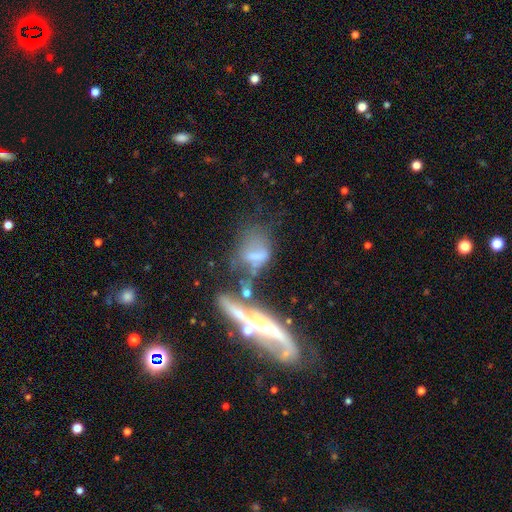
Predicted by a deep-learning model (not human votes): Q: Smooth or featured?
A: smooth (44%); runner-up: featured or disk (41%)
Q: Merging?
A: merger (39%); runner-up: major disturbance (28%)